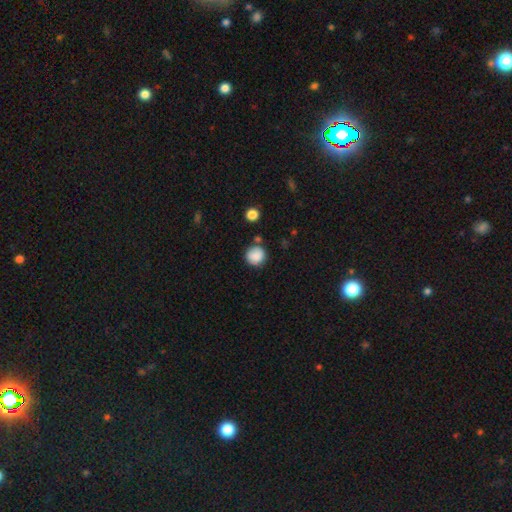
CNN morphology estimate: smooth-or-featured: smooth: 86% | star or artifact: 9% | featured or disk: 5%
  how-rounded: round: 92% | in between: 7% | cigar-shaped: 1%
  merging: none: 78% | minor disturbance: 12% | merger: 7% | major disturbance: 3%